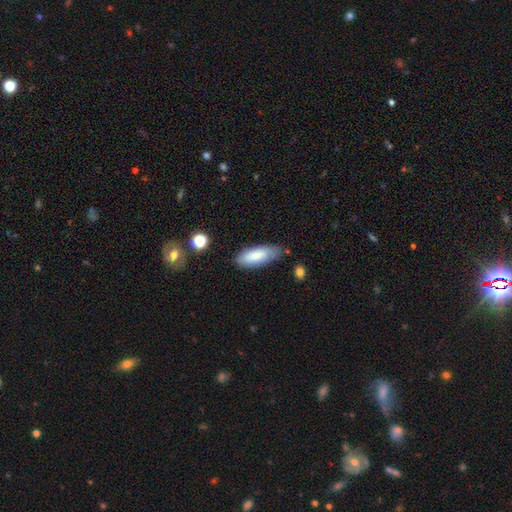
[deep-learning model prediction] A smooth galaxy with no disk features (78%) that is in between round and cigar-shaped (72%). Merging: none (69%).